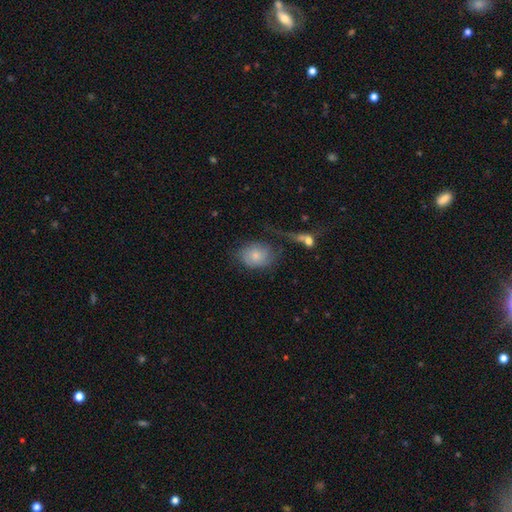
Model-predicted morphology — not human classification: type=smooth (53%); roundness=in between (61%); merging=none (46%).